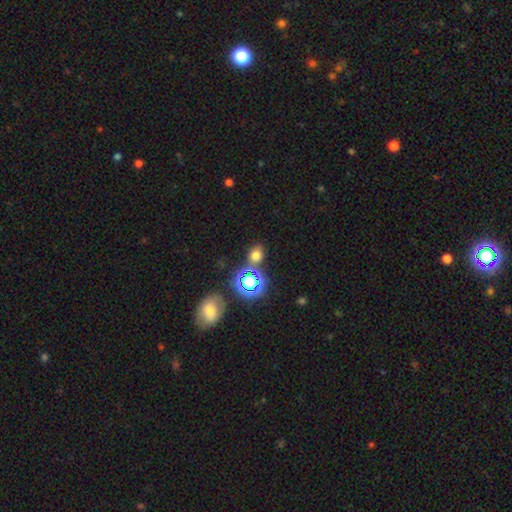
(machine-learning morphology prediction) Smooth or featured?
  - smooth: 65% *
  - star or artifact: 28%
  - featured or disk: 7%
How rounded?
  - round: 55% *
  - in between: 44%
  - cigar-shaped: 1%
Merging?
  - none: 73% *
  - minor disturbance: 12%
  - merger: 11%
  - major disturbance: 4%